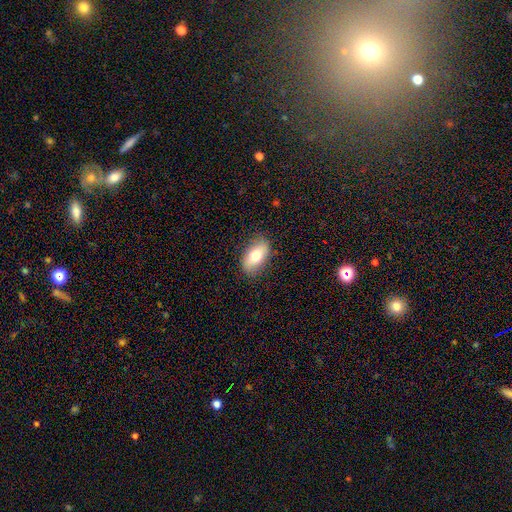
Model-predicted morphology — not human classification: smooth-or-featured: smooth: 71% | featured or disk: 22% | star or artifact: 7%
  how-rounded: in between: 90% | round: 6% | cigar-shaped: 4%
  merging: none: 83% | minor disturbance: 13% | major disturbance: 3% | merger: 1%